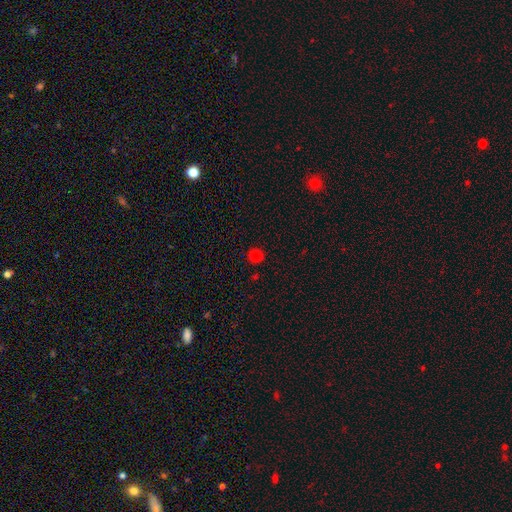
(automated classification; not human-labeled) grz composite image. It shows a smooth galaxy with no disk features (79%) that is round (95%). Merging: none (92%).